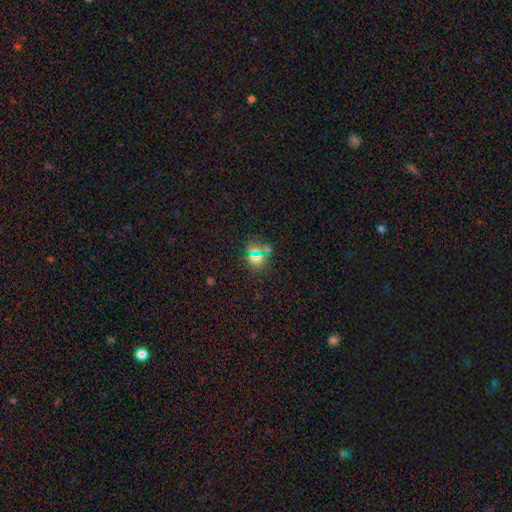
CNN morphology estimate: type=smooth (50%); merging=none (78%).